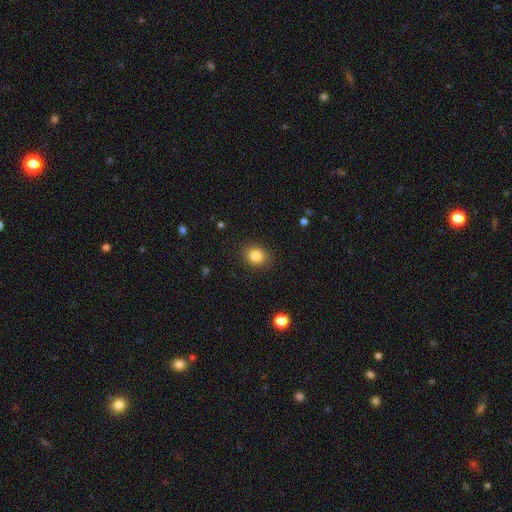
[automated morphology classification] Q: Smooth or featured?
A: smooth (84%); runner-up: star or artifact (10%)
Q: How rounded?
A: round (66%); runner-up: in between (33%)
Q: Merging?
A: none (86%); runner-up: minor disturbance (10%)